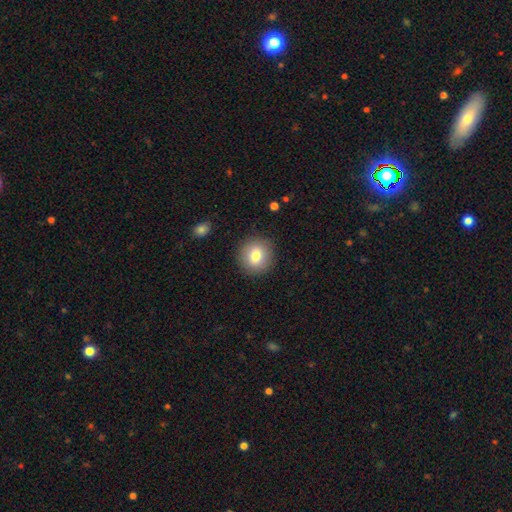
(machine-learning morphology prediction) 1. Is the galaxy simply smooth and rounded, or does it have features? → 80% smooth, 11% featured or disk, 9% star or artifact.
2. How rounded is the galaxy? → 90% round, 9% in between, 1% cigar-shaped.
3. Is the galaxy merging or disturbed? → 90% none, 7% minor disturbance, 2% major disturbance, 1% merger.